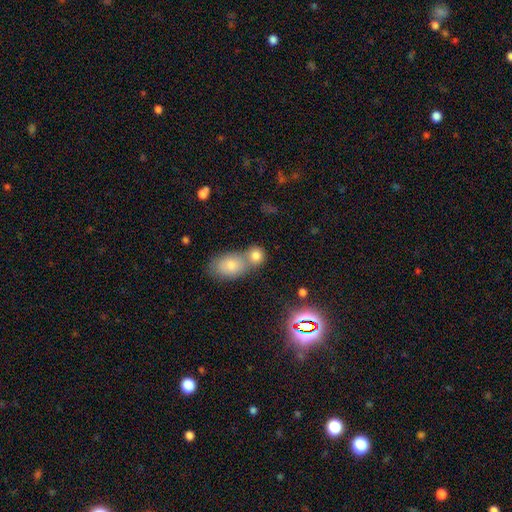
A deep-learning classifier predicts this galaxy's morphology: Smooth or featured?
  - smooth: 79% *
  - star or artifact: 12%
  - featured or disk: 9%
How rounded?
  - round: 70% *
  - in between: 29%
  - cigar-shaped: 2%
Merging?
  - merger: 51% *
  - none: 38%
  - minor disturbance: 7%
  - major disturbance: 3%